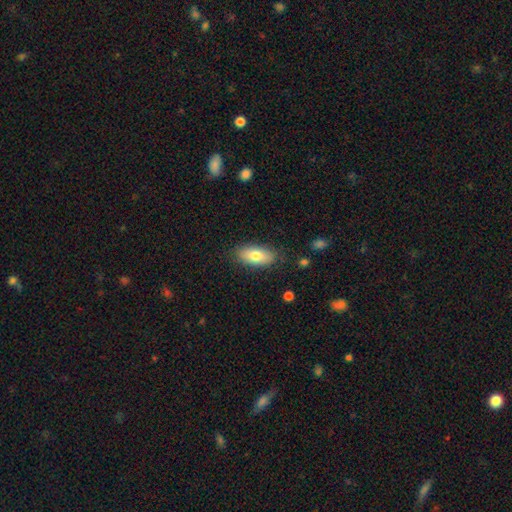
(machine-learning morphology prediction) Smooth or featured? smooth (76%)
How rounded? in between (88%)
Merging? none (83%)